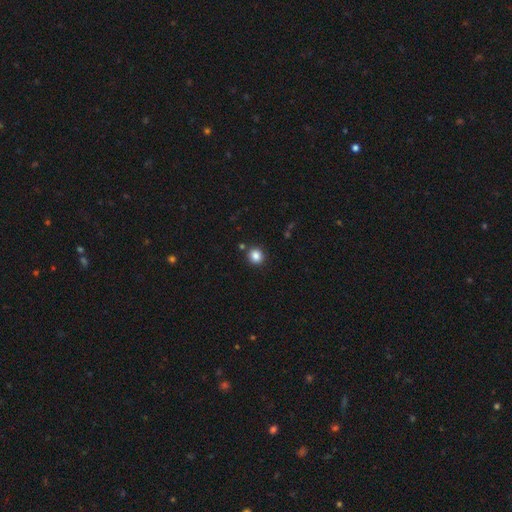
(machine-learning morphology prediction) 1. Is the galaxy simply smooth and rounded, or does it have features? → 85% smooth, 11% star or artifact, 4% featured or disk.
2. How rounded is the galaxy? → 89% round, 10% in between, 1% cigar-shaped.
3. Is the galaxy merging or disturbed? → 87% none, 7% minor disturbance, 4% merger, 2% major disturbance.